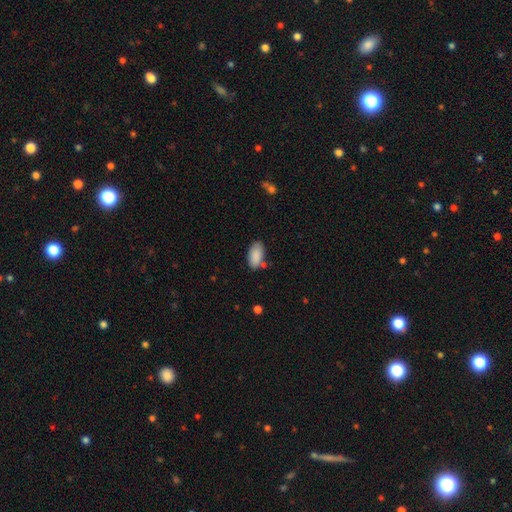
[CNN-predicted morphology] smooth 89%, star or artifact 7%, featured or disk 5%. Down the decision tree: how rounded — in between (95%); merging — none (72%).